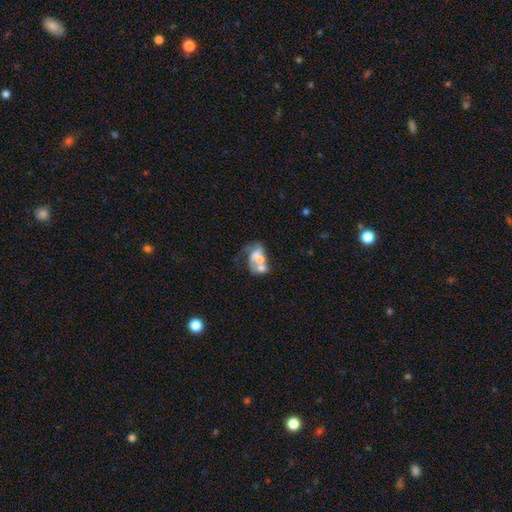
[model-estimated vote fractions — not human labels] A featured or disk galaxy (59%) with no bar (73%), spiral arms (55%) and a moderate central bulge (50%). Merging: merger (59%).